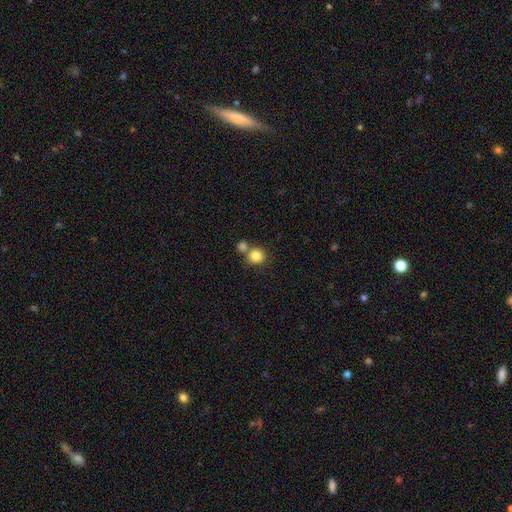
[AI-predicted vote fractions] Q: Smooth or featured?
A: smooth (83%); runner-up: star or artifact (10%)
Q: How rounded?
A: round (88%); runner-up: in between (11%)
Q: Merging?
A: none (59%); runner-up: merger (30%)